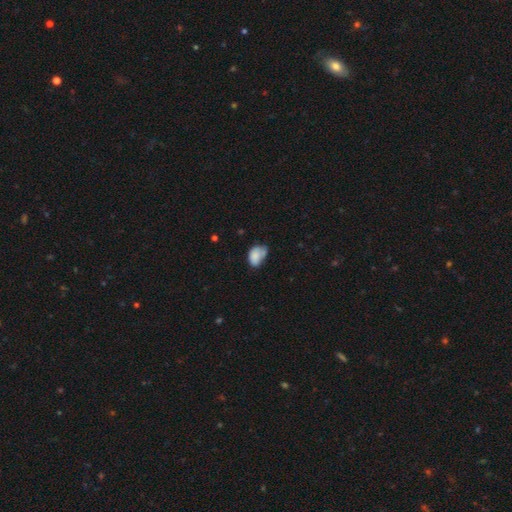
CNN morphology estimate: Smooth or featured: smooth — 78% (featured or disk — 13%)
How rounded: in between — 81% (round — 17%)
Merging: minor disturbance — 39% (none — 34%)